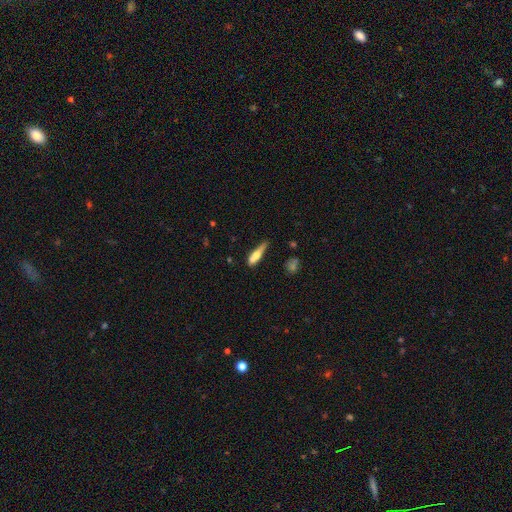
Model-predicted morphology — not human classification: smooth 56%, featured or disk 37%, star or artifact 7%. Down the decision tree: how rounded — cigar-shaped (73%); merging — none (46%).